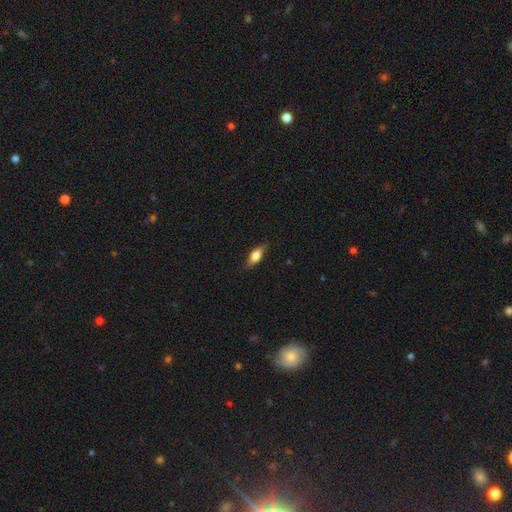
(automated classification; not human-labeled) This is likely a smooth galaxy (64%). How rounded: likely in between (68%). Merging: clearly none (83%).